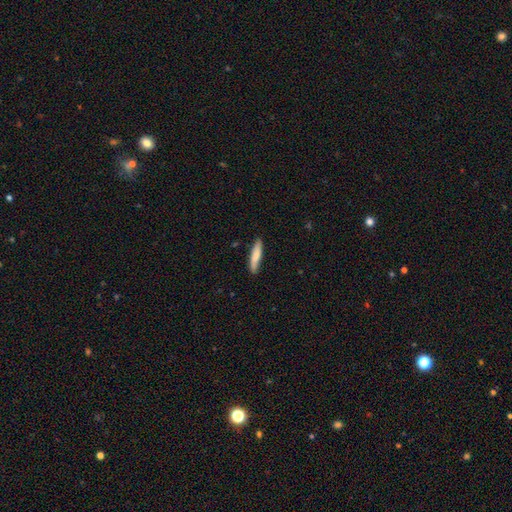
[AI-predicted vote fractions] Q: Smooth or featured?
A: smooth (75%); runner-up: featured or disk (20%)
Q: How rounded?
A: cigar-shaped (84%); runner-up: in between (14%)
Q: Merging?
A: none (83%); runner-up: minor disturbance (13%)